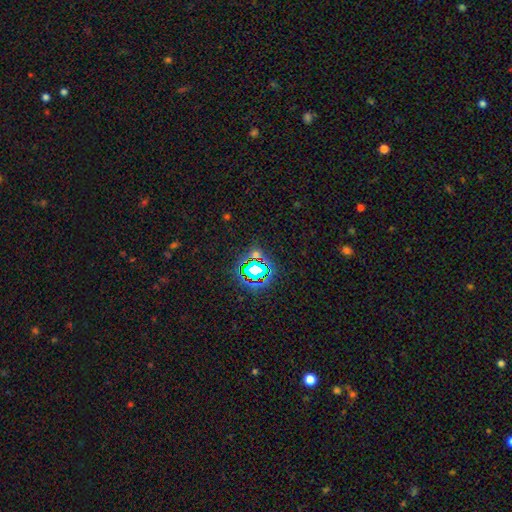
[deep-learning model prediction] Smooth or featured?
  - star or artifact: 70% *
  - smooth: 20%
  - featured or disk: 11%